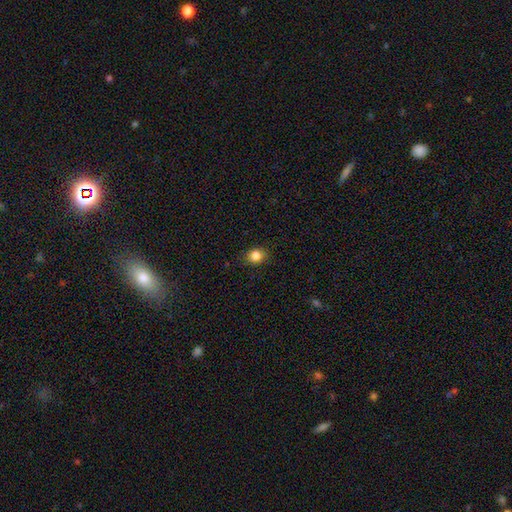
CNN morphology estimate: type=smooth (84%); roundness=round (66%); merging=none (86%).